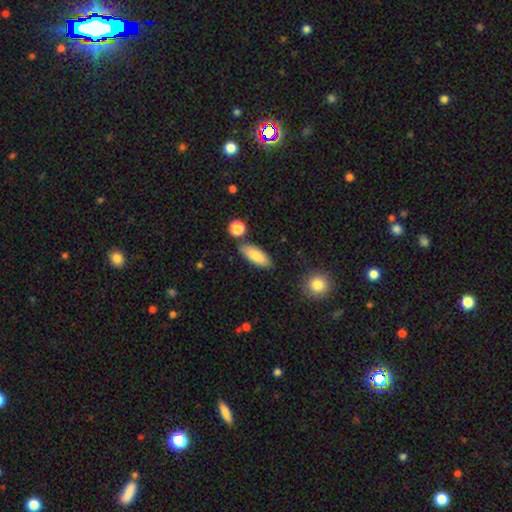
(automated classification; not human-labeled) A smooth galaxy with no disk features (81%) that is in between round and cigar-shaped (72%). Merging: none (82%).